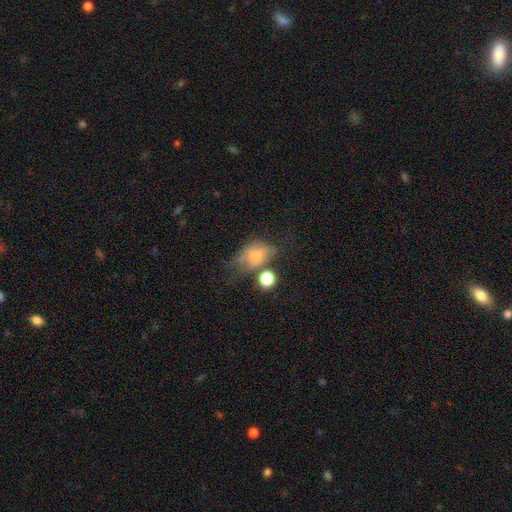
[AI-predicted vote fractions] This is possibly a smooth galaxy (59%). How rounded: likely in between (72%). Merging: marginally none (28%, tied with major disturbance).